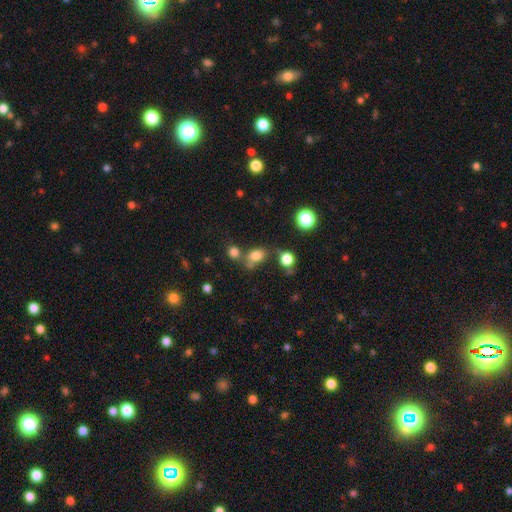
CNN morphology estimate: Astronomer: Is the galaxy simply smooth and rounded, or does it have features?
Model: smooth — 76%.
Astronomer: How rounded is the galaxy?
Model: in between — 61% (runner-up: round, 37%).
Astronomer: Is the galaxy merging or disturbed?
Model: none — 53%.